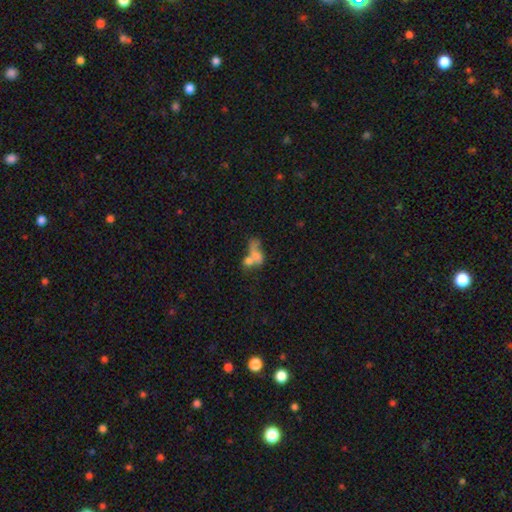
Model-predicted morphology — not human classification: Overall: smooth (58%; featured or disk 30%). How rounded: in between (71%). Merging: merger (65%).